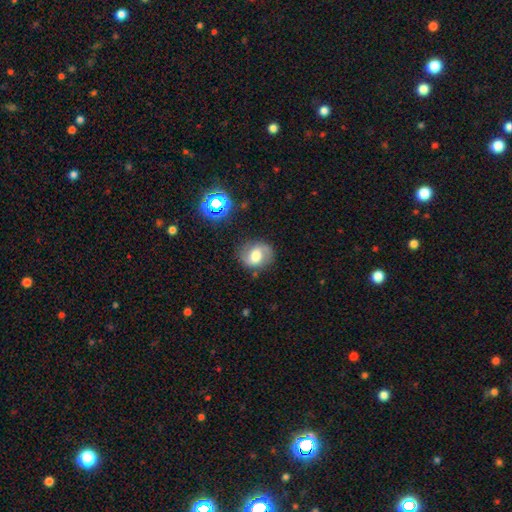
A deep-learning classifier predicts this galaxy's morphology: smooth-or-featured: featured or disk: 50% | smooth: 39% | star or artifact: 11%
  disk-edge-on: no: 96% | yes: 4%
  merging: none: 77% | minor disturbance: 16% | major disturbance: 5% | merger: 2%